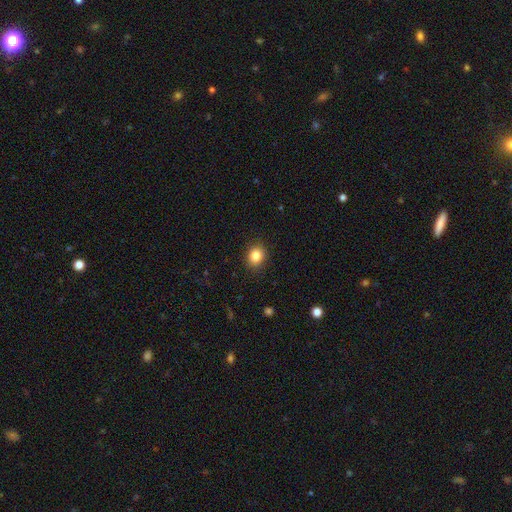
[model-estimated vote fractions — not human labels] Smooth or featured? Predicted: smooth (p=0.85). How rounded? Predicted: round (p=0.63). Merging? Predicted: none (p=0.89).